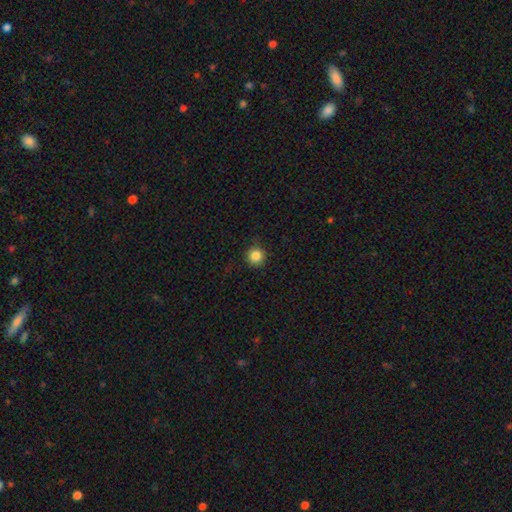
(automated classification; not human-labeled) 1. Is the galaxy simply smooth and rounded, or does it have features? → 85% smooth, 11% star or artifact, 4% featured or disk.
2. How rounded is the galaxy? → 95% round, 4% in between, 1% cigar-shaped.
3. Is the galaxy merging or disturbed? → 89% none, 7% minor disturbance, 2% major disturbance, 1% merger.